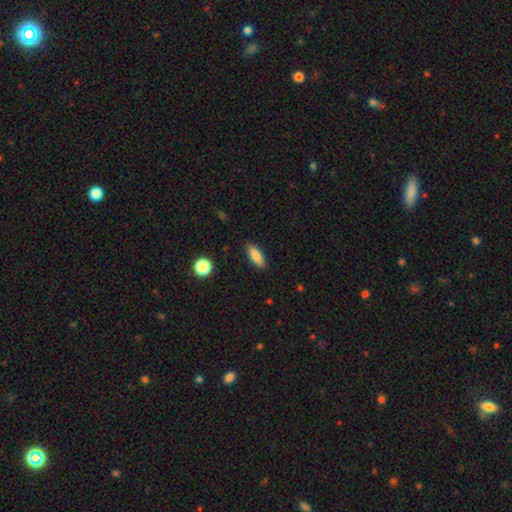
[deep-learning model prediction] Smooth or featured: smooth — 81% (featured or disk — 12%)
How rounded: in between — 70% (cigar-shaped — 27%)
Merging: none — 87% (minor disturbance — 10%)